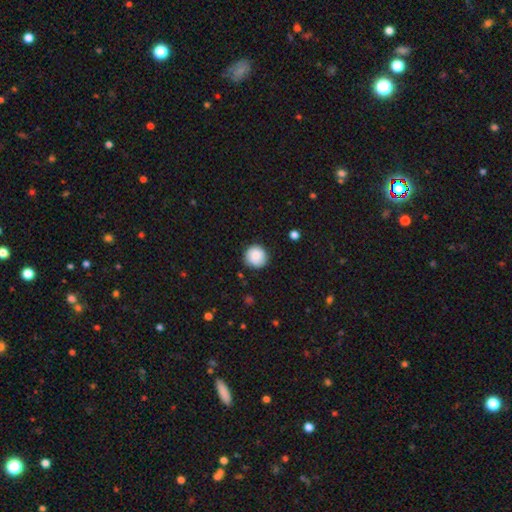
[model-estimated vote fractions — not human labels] smooth_or_featured: smooth (p=0.83) [alt: featured or disk p=0.09]
how_rounded: round (p=0.94) [alt: in between p=0.05]
merging: none (p=0.86) [alt: minor disturbance p=0.11]